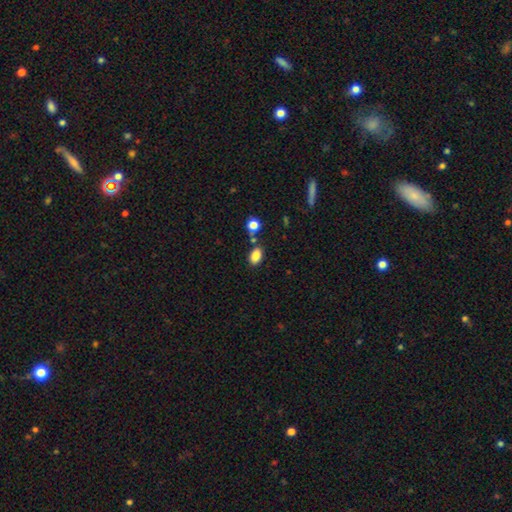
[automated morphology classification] Q: Smooth or featured?
A: smooth (86%); runner-up: star or artifact (10%)
Q: How rounded?
A: in between (88%); runner-up: round (10%)
Q: Merging?
A: none (75%); runner-up: minor disturbance (12%)